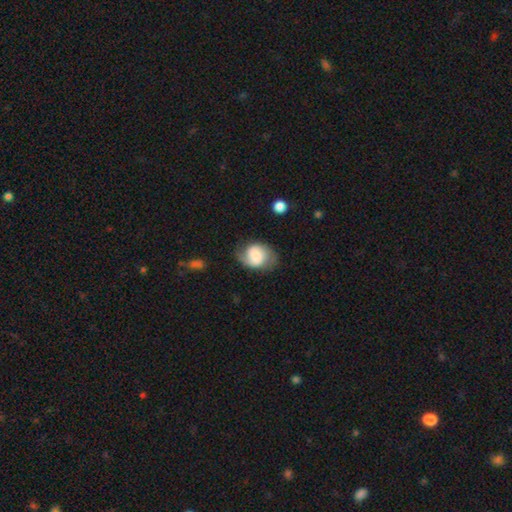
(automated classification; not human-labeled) Smooth or featured? Predicted: smooth (p=0.46, tied with featured or disk). Merging? Predicted: none (p=0.58).